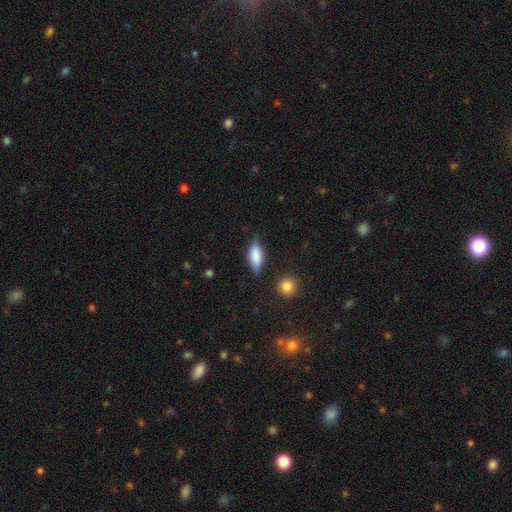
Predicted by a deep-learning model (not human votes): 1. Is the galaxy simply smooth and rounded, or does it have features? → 80% smooth, 13% featured or disk, 7% star or artifact.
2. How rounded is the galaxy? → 79% in between, 18% cigar-shaped, 3% round.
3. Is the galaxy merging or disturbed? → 75% none, 18% minor disturbance, 4% major disturbance, 2% merger.